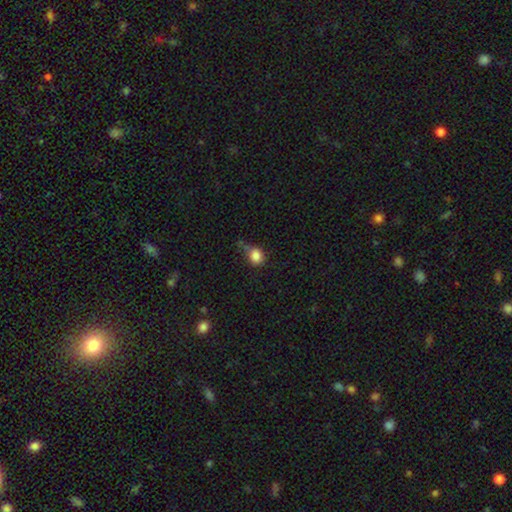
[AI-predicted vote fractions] Smooth or featured? smooth (84%)
How rounded? round (74%)
Merging? none (54%)